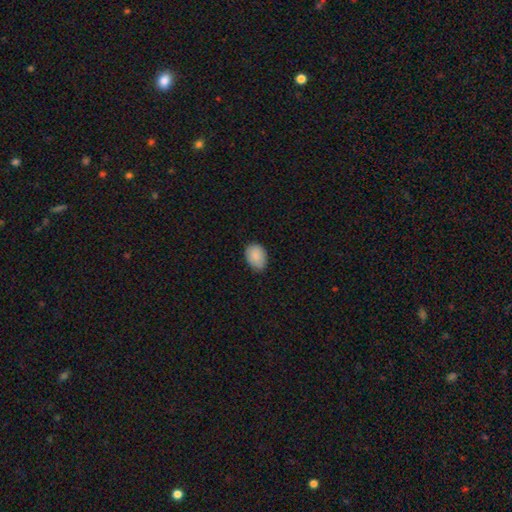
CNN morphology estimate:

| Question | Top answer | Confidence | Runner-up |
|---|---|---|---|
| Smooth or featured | smooth | 89% | star or artifact (7%) |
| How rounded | in between | 79% | round (20%) |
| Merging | none | 76% | minor disturbance (20%) |